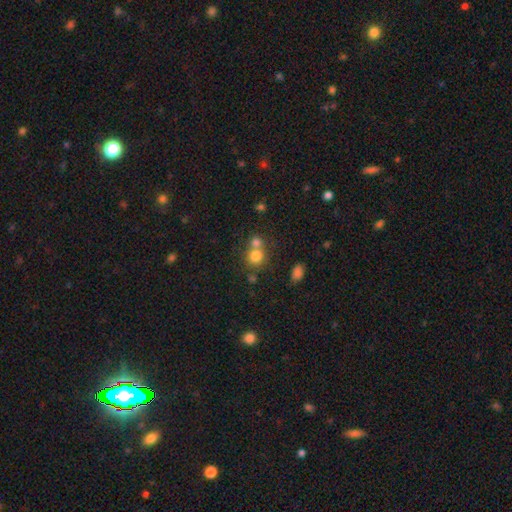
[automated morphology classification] Smooth or featured? Predicted: smooth (p=0.78). How rounded? Predicted: round (p=0.84). Merging? Predicted: none (p=0.47).